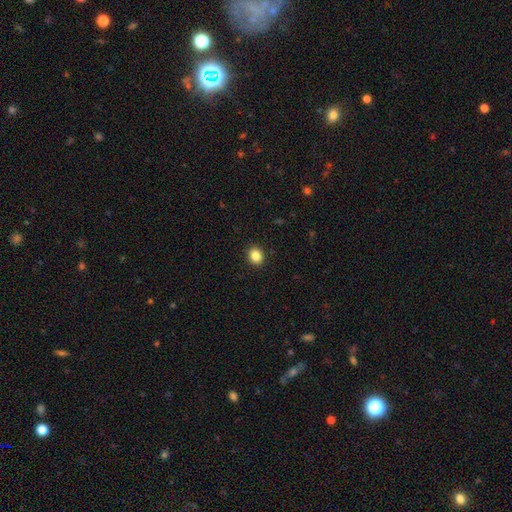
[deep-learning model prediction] Smooth or featured?
  - smooth: 85% *
  - star or artifact: 10%
  - featured or disk: 4%
How rounded?
  - round: 70% *
  - in between: 30%
  - cigar-shaped: 1%
Merging?
  - none: 92% *
  - minor disturbance: 6%
  - major disturbance: 2%
  - merger: 1%